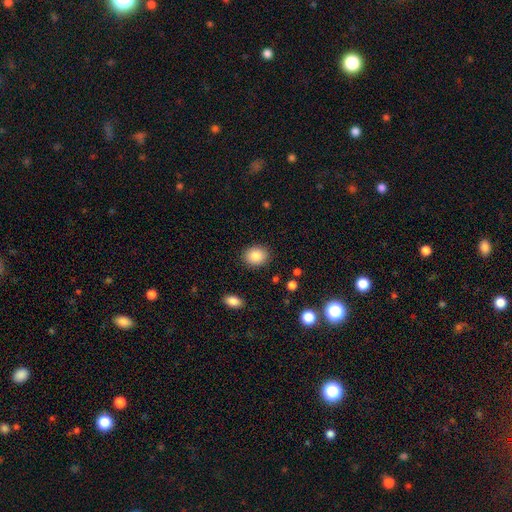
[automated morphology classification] type=smooth (85%); roundness=round (59%); merging=none (89%).